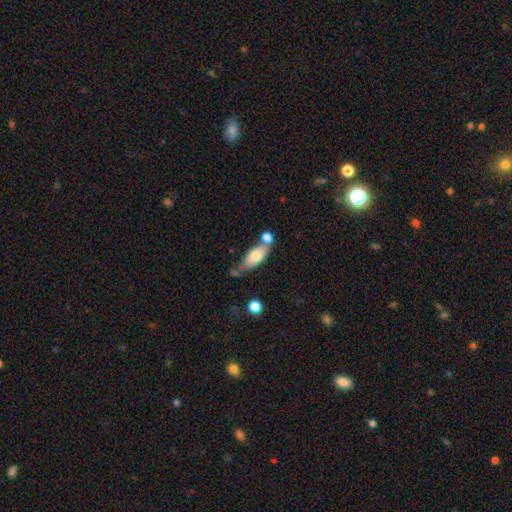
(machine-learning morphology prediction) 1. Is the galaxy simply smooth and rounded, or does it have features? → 70% smooth, 24% featured or disk, 7% star or artifact.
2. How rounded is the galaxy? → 76% in between, 21% cigar-shaped, 3% round.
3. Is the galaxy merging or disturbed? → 47% none, 28% merger, 19% minor disturbance, 6% major disturbance.